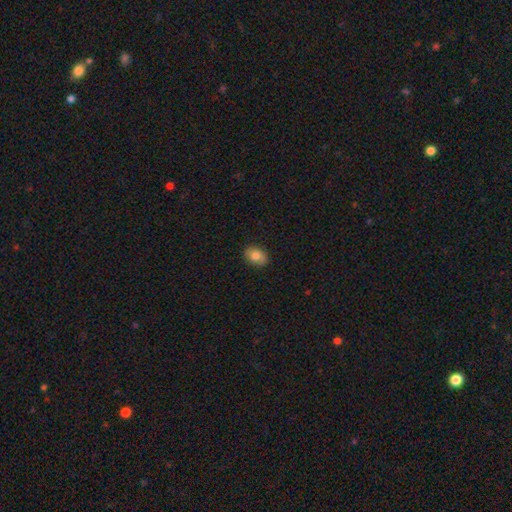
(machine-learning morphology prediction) smooth 81%, featured or disk 11%, star or artifact 8%. Down the decision tree: how rounded — in between (73%); merging — none (86%).